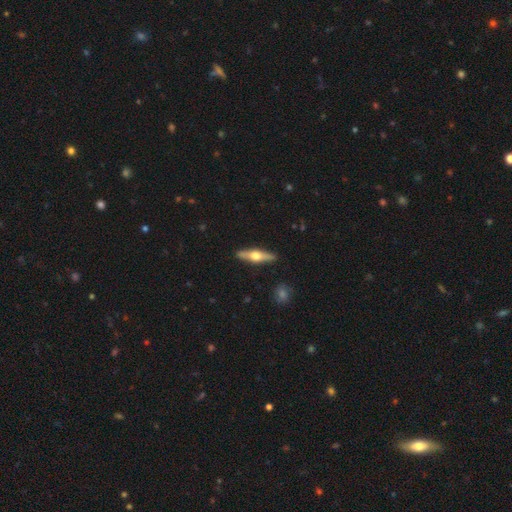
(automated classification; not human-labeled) The model was most divided on "smooth or featured": featured or disk: 64%, smooth: 31%, star or artifact: 5%. More confident: edge-on disk — yes (95%); edge-on bulge — rounded (94%); merging — none (90%).